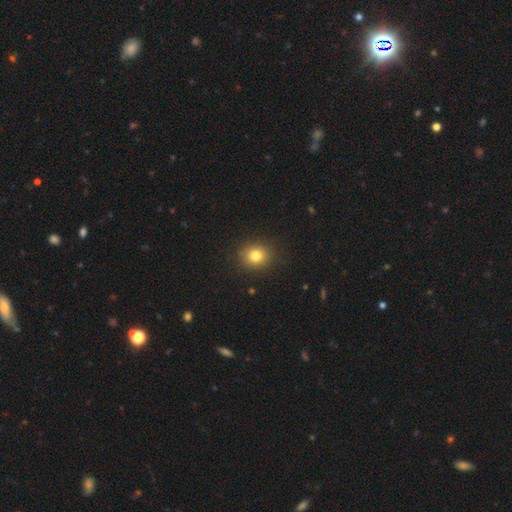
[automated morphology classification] Smooth or featured?
  - smooth: 81% *
  - star or artifact: 12%
  - featured or disk: 8%
How rounded?
  - round: 71% *
  - in between: 29%
  - cigar-shaped: 1%
Merging?
  - none: 88% *
  - minor disturbance: 8%
  - major disturbance: 3%
  - merger: 1%